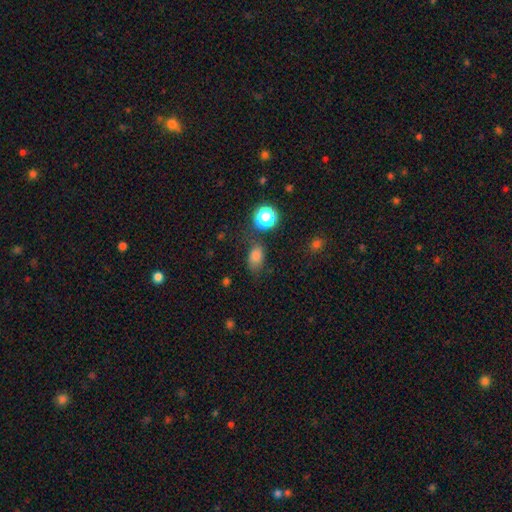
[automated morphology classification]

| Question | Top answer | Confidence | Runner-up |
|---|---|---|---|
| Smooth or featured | smooth | 78% | star or artifact (15%) |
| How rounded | in between | 79% | round (19%) |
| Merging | none | 66% | minor disturbance (21%) |